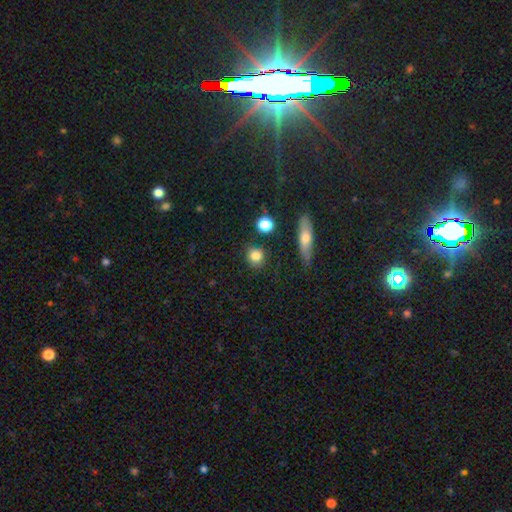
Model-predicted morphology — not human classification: Smooth or featured?
  - smooth: 82% *
  - star or artifact: 10%
  - featured or disk: 8%
How rounded?
  - round: 77% *
  - in between: 20%
  - cigar-shaped: 2%
Merging?
  - none: 81% *
  - minor disturbance: 11%
  - merger: 5%
  - major disturbance: 3%